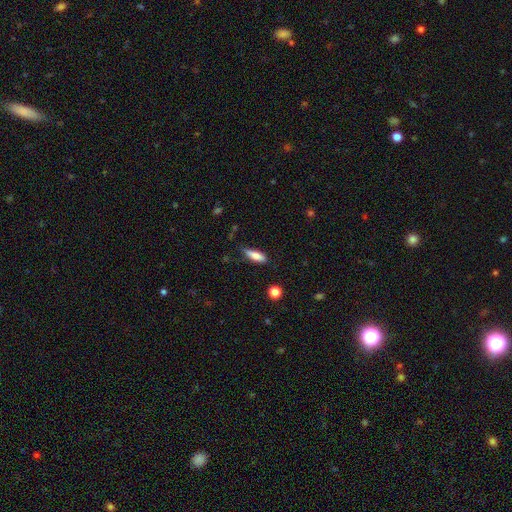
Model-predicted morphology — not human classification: This appears to be a smooth galaxy with no disk features (78%) that is in between round and cigar-shaped (50%). Merging: none (72%).